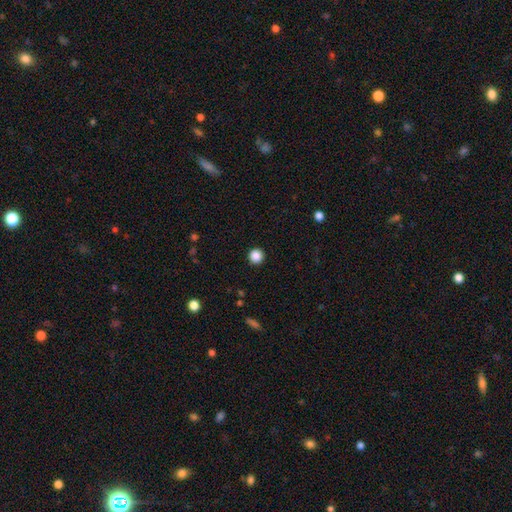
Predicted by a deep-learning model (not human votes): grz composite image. It shows a smooth galaxy with no disk features (87%) that is round (96%). Merging: none (93%).